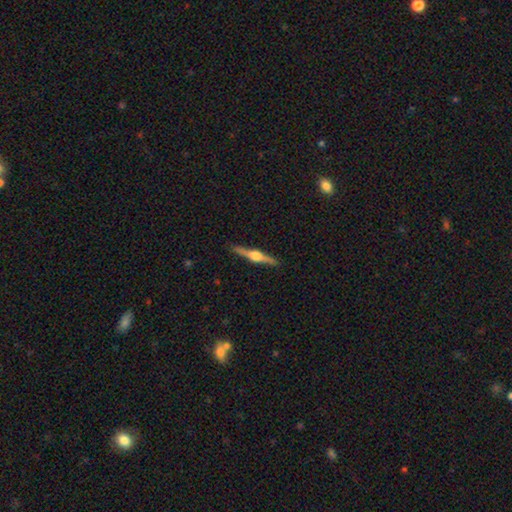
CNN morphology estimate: type=featured or disk (80%); edge-on=yes (98%); edge-on bulge=rounded (94%); merging=none (91%).